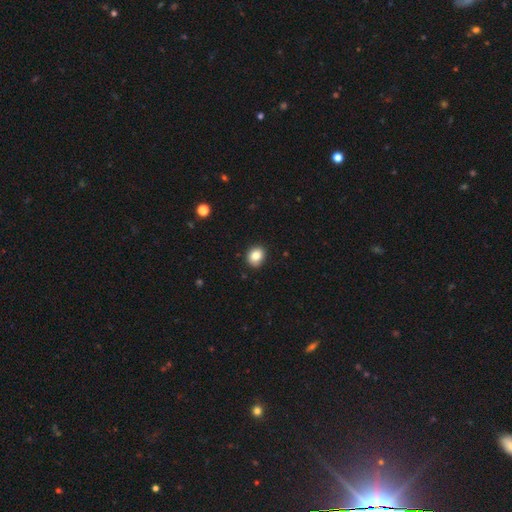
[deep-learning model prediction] This is clearly a smooth galaxy (84%). How rounded: likely round (63%). Merging: clearly none (88%).